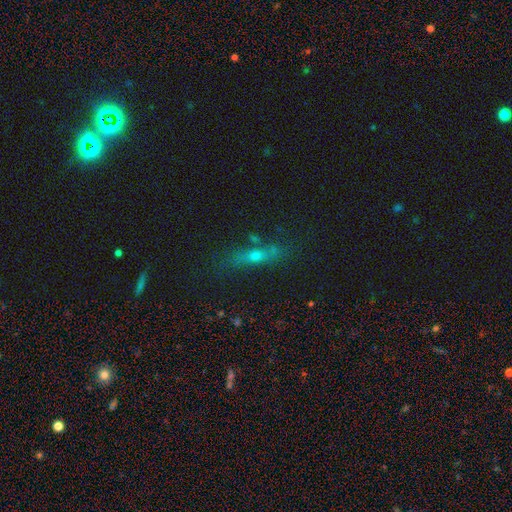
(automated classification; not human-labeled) Smooth or featured: smooth — 45% (featured or disk — 39%)
Merging: none — 72% (minor disturbance — 16%)